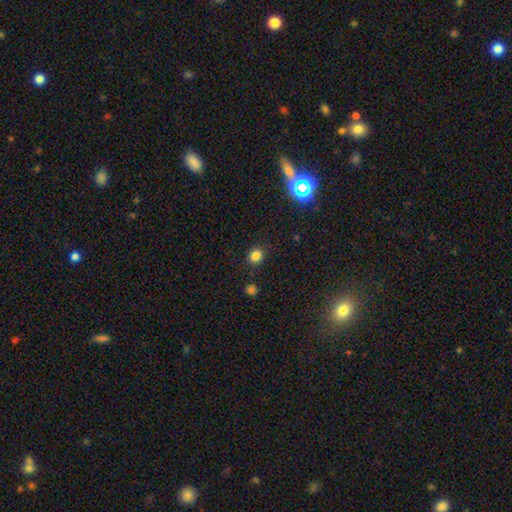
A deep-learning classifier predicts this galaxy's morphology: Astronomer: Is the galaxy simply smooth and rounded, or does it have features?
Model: smooth — 82%.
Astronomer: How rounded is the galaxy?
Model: round — 74%.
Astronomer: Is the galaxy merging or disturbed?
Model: none — 88%.